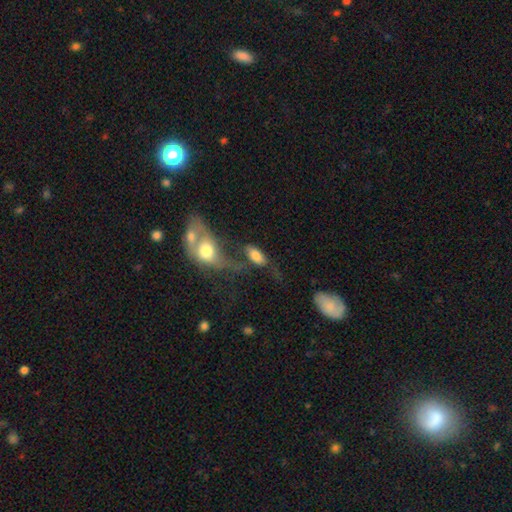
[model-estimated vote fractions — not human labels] Morphology: type=smooth (70%); roundness=in between (90%); merging=merger (38%).